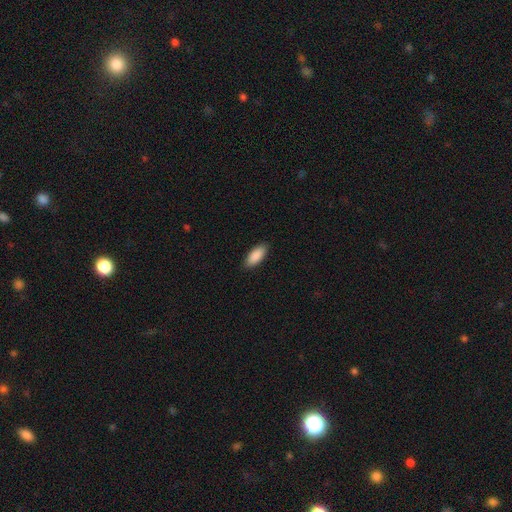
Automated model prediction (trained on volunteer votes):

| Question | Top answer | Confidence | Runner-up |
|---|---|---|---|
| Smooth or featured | smooth | 90% | star or artifact (6%) |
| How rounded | in between | 85% | cigar-shaped (13%) |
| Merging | none | 88% | minor disturbance (9%) |